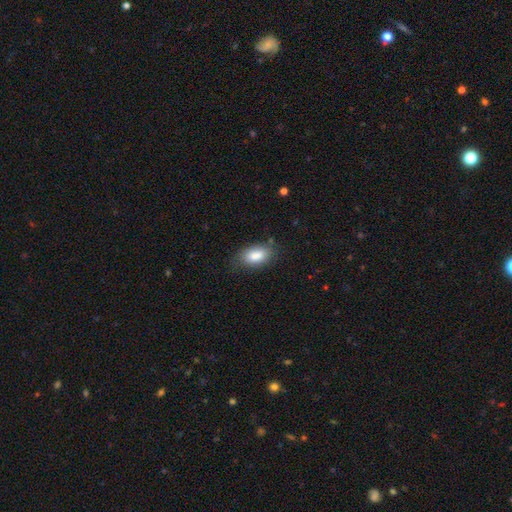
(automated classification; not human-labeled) This is clearly a smooth galaxy (85%). How rounded: clearly in between (91%). Merging: likely none (74%).